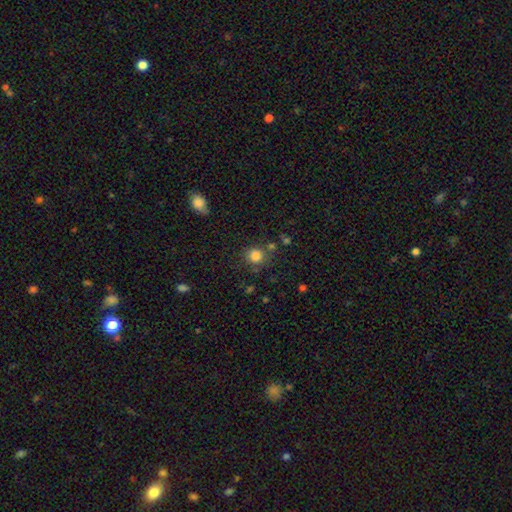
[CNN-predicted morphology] smooth-or-featured: smooth: 82% | star or artifact: 12% | featured or disk: 6%
  how-rounded: round: 87% | in between: 12% | cigar-shaped: 1%
  merging: none: 76% | minor disturbance: 12% | merger: 8% | major disturbance: 5%